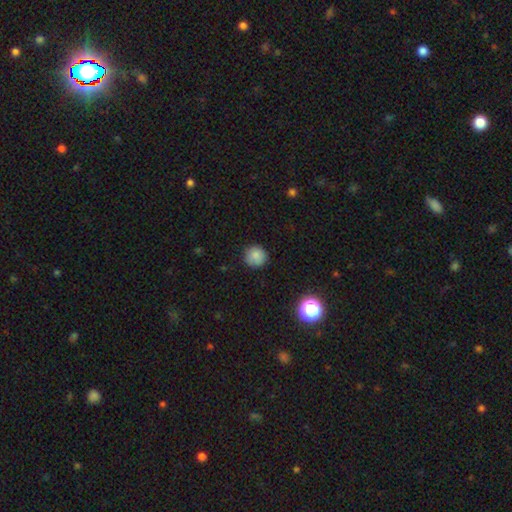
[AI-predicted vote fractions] Q: Smooth or featured?
A: smooth (84%); runner-up: star or artifact (11%)
Q: How rounded?
A: round (94%); runner-up: in between (5%)
Q: Merging?
A: none (87%); runner-up: minor disturbance (9%)